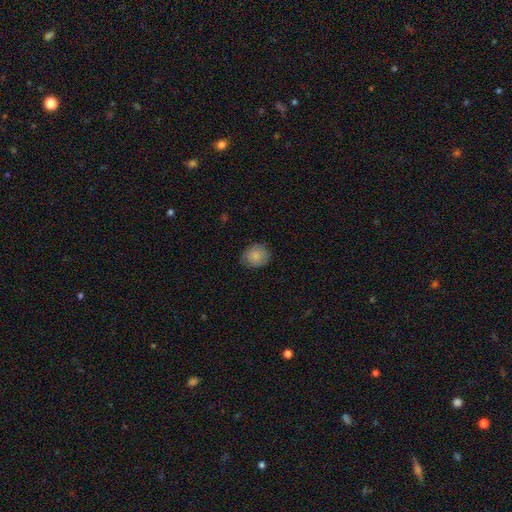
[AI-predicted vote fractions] Q: Smooth or featured?
A: smooth (84%); runner-up: featured or disk (9%)
Q: How rounded?
A: round (66%); runner-up: in between (33%)
Q: Merging?
A: none (79%); runner-up: minor disturbance (17%)